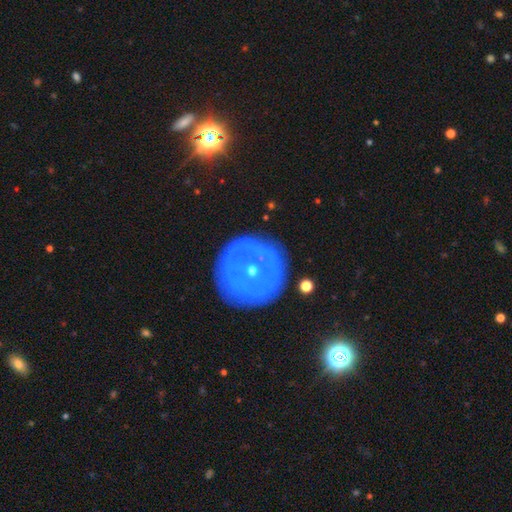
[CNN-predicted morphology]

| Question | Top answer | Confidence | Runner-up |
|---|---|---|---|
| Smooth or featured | featured or disk | 73% | smooth (20%) |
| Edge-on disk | no | 93% | yes (7%) |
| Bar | no | 61% | weak (22%) |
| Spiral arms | no | 74% | yes (26%) |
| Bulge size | moderate | 74% | small (13%) |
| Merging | none | 75% | minor disturbance (15%) |